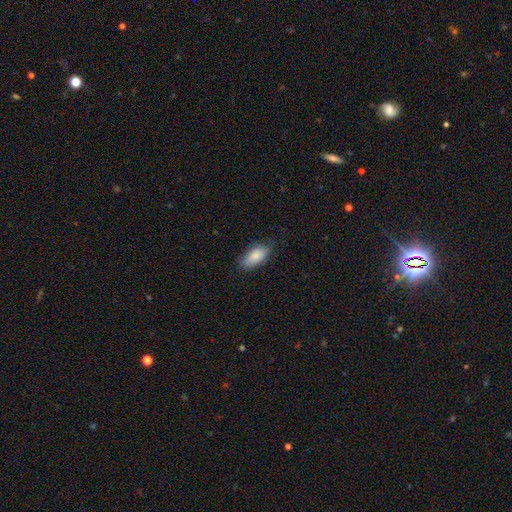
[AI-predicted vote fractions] The model was most divided on "merging": none: 76%, minor disturbance: 19%, major disturbance: 4%, merger: 1%. More confident: how rounded — in between (90%); smooth or featured — smooth (85%).